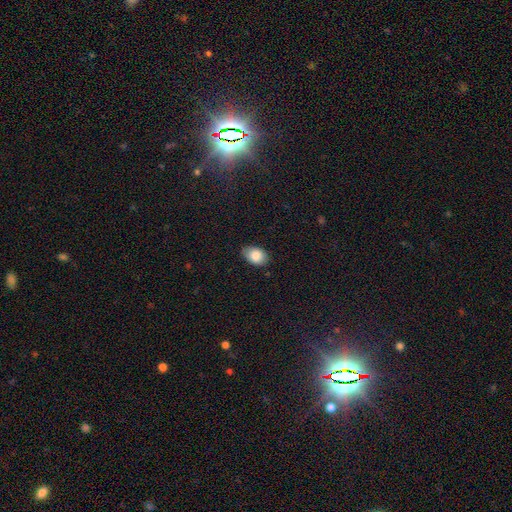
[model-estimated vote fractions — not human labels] This appears to be a smooth galaxy with no disk features (86%) that is in between round and cigar-shaped (84%). Merging: none (80%).